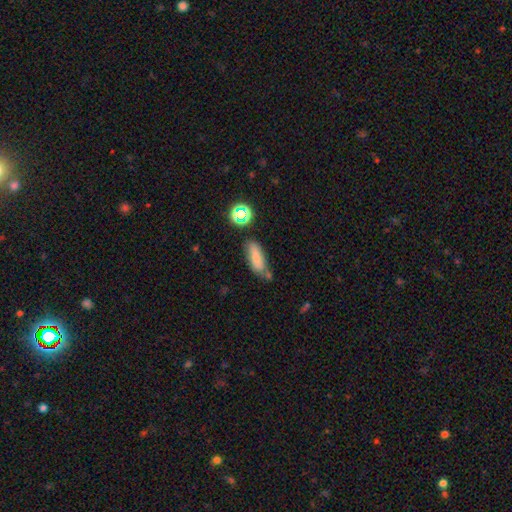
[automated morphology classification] Overall: smooth (75%). How rounded: in between (65%; cigar-shaped 31%). Merging: none (55%; minor disturbance 24%).